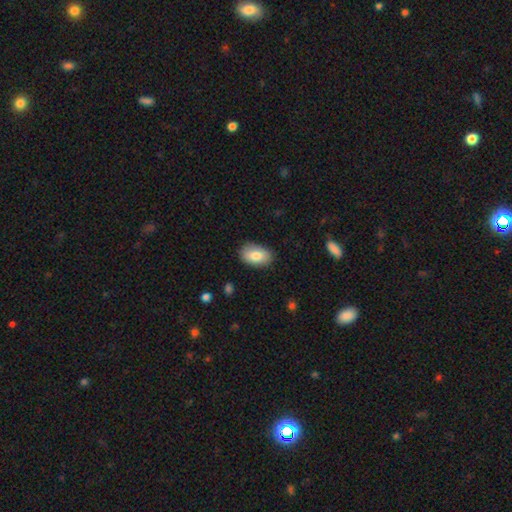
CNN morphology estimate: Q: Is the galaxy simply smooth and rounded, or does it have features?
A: smooth — 82%.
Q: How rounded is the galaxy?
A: in between — 92%.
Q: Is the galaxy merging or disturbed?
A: none — 85%.